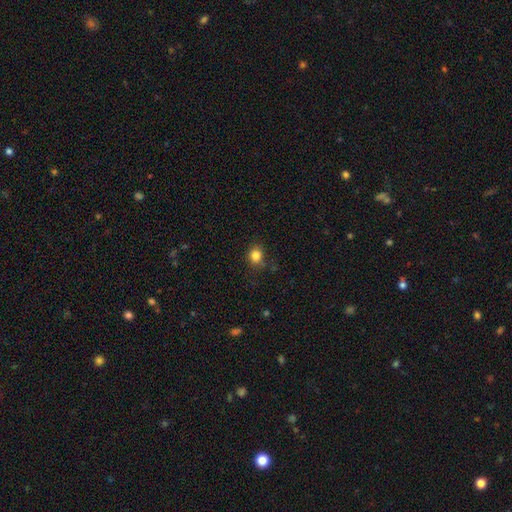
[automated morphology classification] smooth-or-featured: smooth: 83% | star or artifact: 12% | featured or disk: 5%
  how-rounded: round: 77% | in between: 22% | cigar-shaped: 1%
  merging: none: 80% | minor disturbance: 15% | major disturbance: 4% | merger: 2%